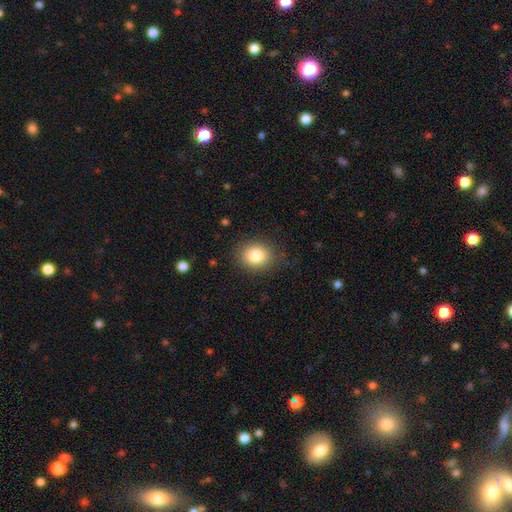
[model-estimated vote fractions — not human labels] Smooth or featured?
  - smooth: 83% *
  - star or artifact: 10%
  - featured or disk: 7%
How rounded?
  - round: 60% *
  - in between: 40%
  - cigar-shaped: 1%
Merging?
  - none: 85% *
  - minor disturbance: 11%
  - major disturbance: 4%
  - merger: 1%